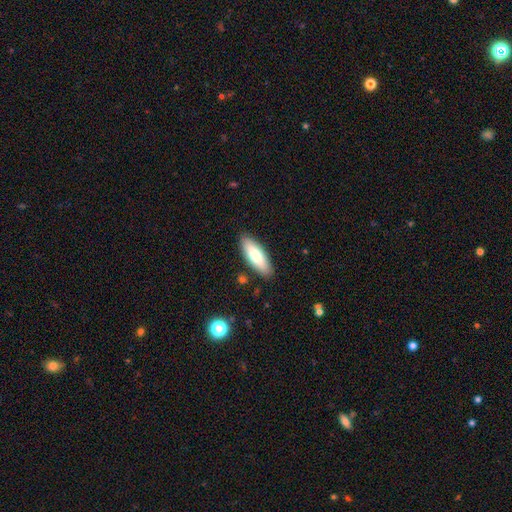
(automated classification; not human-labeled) Smooth or featured? smooth (71%)
How rounded? in between (65%)
Merging? none (87%)